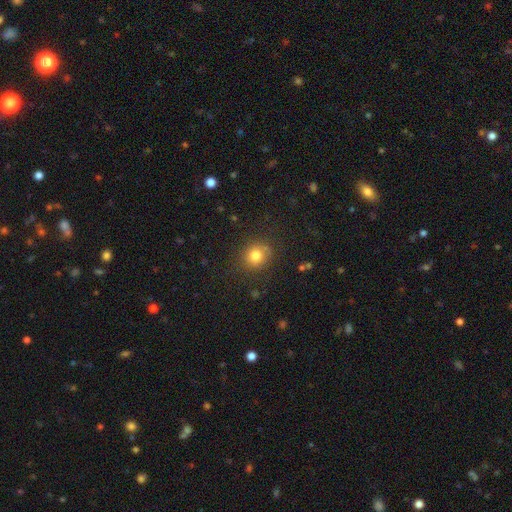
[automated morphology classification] Q: Smooth or featured?
A: smooth (79%); runner-up: star or artifact (13%)
Q: How rounded?
A: round (86%); runner-up: in between (13%)
Q: Merging?
A: none (82%); runner-up: minor disturbance (11%)